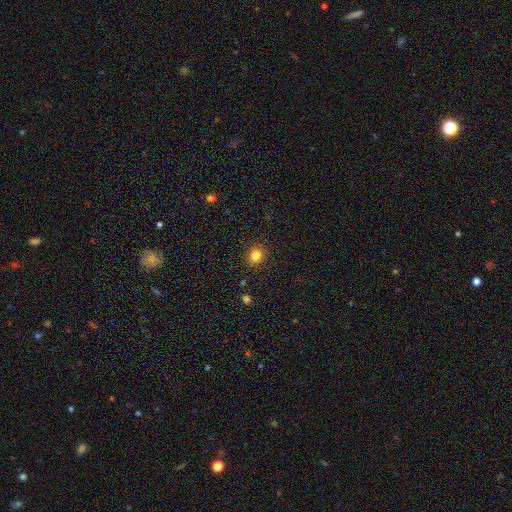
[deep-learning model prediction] Morphology: type=smooth (83%); roundness=round (81%); merging=none (90%).